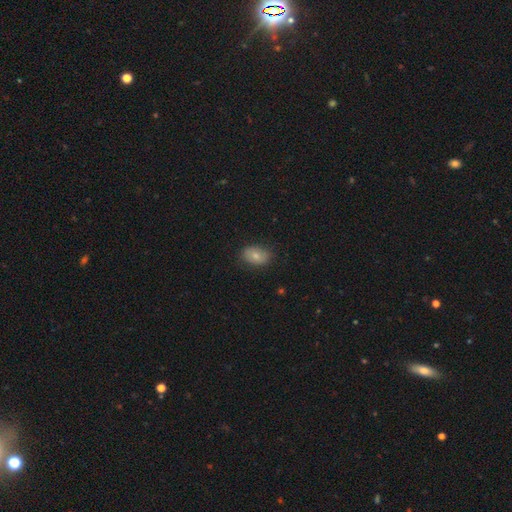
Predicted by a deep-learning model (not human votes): Morphology: type=smooth (76%); roundness=in between (83%); merging=none (80%).